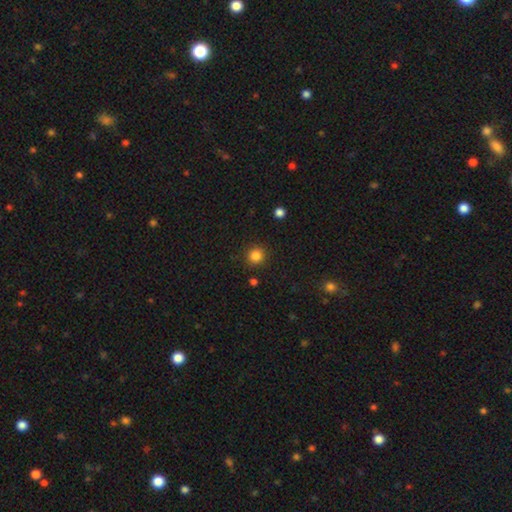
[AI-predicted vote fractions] Smooth or featured?
  - smooth: 84% *
  - star or artifact: 12%
  - featured or disk: 4%
How rounded?
  - round: 93% *
  - in between: 6%
  - cigar-shaped: 1%
Merging?
  - none: 91% *
  - minor disturbance: 6%
  - major disturbance: 2%
  - merger: 2%